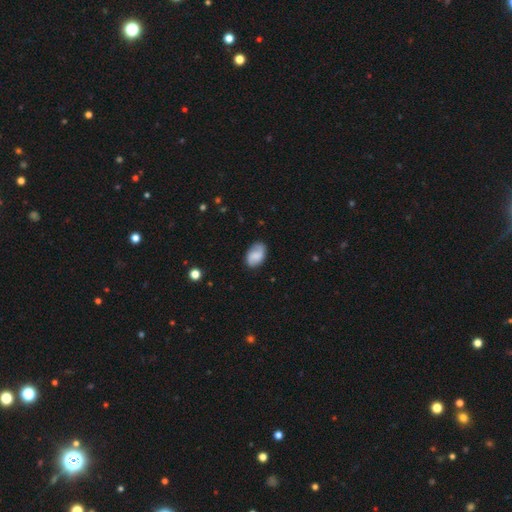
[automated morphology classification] Smooth or featured: smooth — 62% (featured or disk — 30%)
How rounded: in between — 88% (round — 11%)
Merging: none — 75% (minor disturbance — 19%)